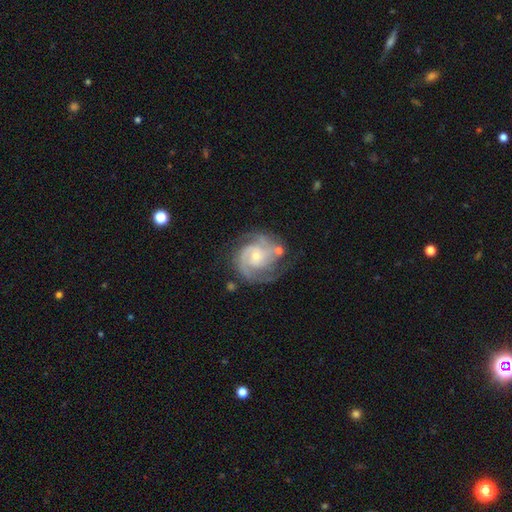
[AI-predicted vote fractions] A featured or disk galaxy (90%) with no bar (64%), 2 (52%) tight (57%) spiral arms (98%) and a small central bulge (63%). Merging: none (69%).